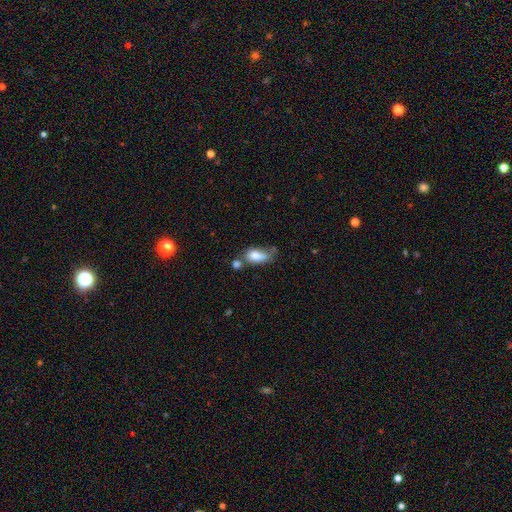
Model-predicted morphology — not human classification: This is likely a smooth galaxy (78%). How rounded: clearly in between (86%). Merging: marginally merger (30%, tied with none).